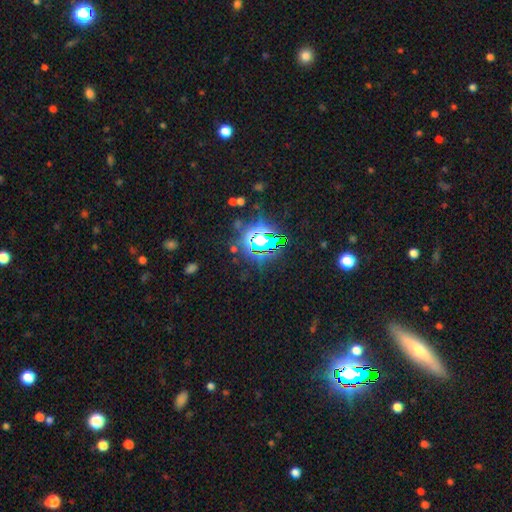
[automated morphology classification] Smooth or featured?
  - star or artifact: 81% *
  - smooth: 11%
  - featured or disk: 8%